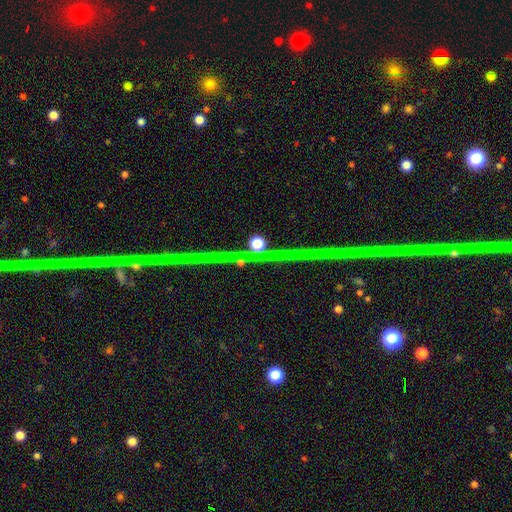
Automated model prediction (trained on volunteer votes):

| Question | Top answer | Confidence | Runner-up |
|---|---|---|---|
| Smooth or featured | star or artifact | 81% | featured or disk (12%) |